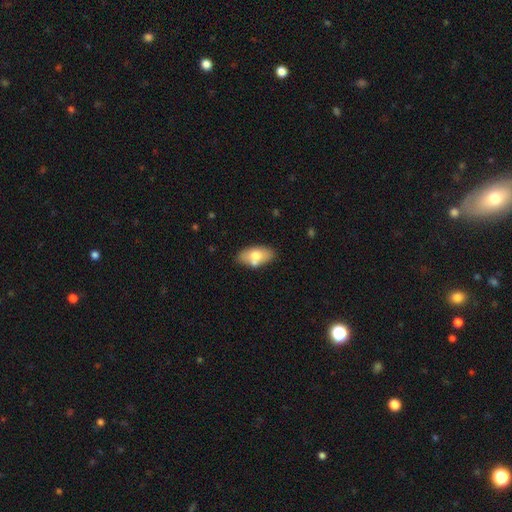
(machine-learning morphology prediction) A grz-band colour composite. It shows a smooth galaxy with no disk features (69%) that is in between round and cigar-shaped (92%). Merging: none (68%).